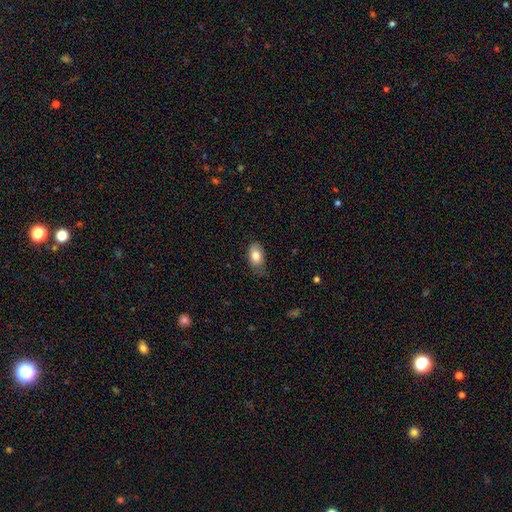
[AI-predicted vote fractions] Morphology: type=smooth (82%); roundness=in between (90%); merging=none (63%).